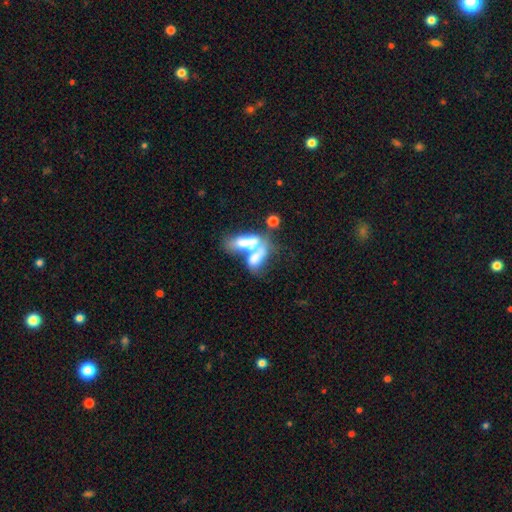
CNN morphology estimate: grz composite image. It shows a smooth galaxy with no disk features (60%) that is in between round and cigar-shaped (74%). Merging: merger (70%).